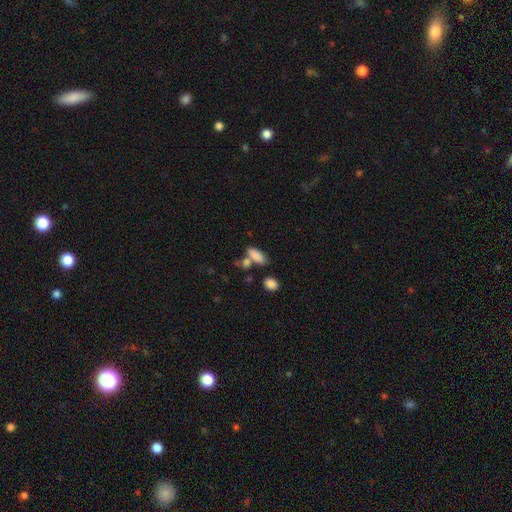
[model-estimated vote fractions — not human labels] This appears to be a smooth galaxy with no disk features (83%) that is in between round and cigar-shaped (79%). Merging: none (52%).